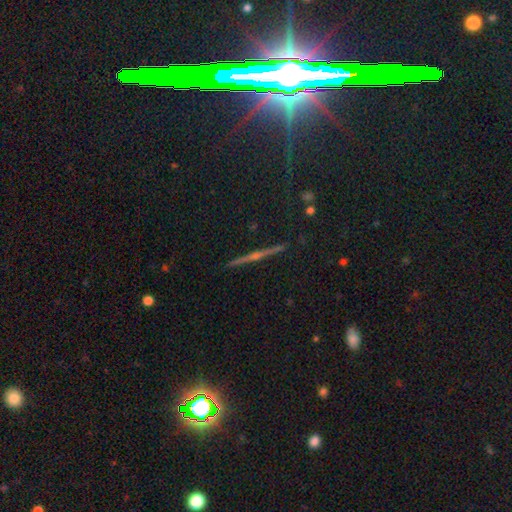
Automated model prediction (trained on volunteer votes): Q: Smooth or featured?
A: featured or disk (80%); runner-up: star or artifact (10%)
Q: Edge-on disk?
A: yes (98%); runner-up: no (2%)
Q: Edge-on bulge?
A: rounded (85%); runner-up: none (9%)
Q: Merging?
A: none (92%); runner-up: minor disturbance (5%)